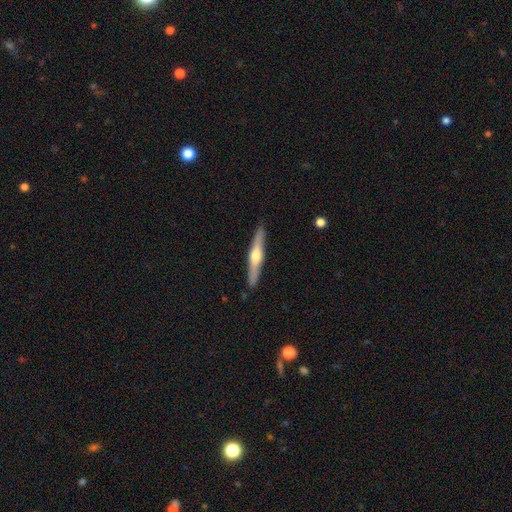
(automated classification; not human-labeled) The model was most divided on "smooth or featured": featured or disk: 65%, smooth: 31%, star or artifact: 5%. More confident: edge-on disk — yes (97%); edge-on bulge — rounded (92%); merging — none (90%).